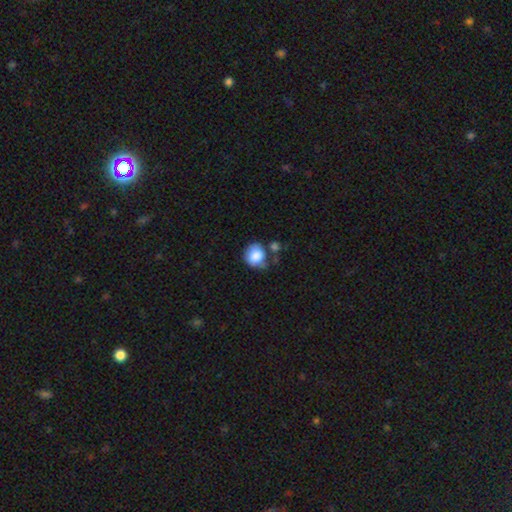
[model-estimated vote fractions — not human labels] This appears to be a smooth galaxy with no disk features (83%) that is round (81%). Merging: none (48%).